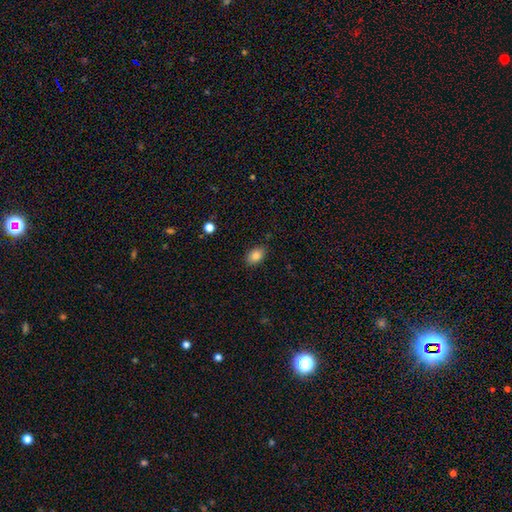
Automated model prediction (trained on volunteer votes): Smooth or featured? Predicted: smooth (p=0.84). How rounded? Predicted: in between (p=0.84). Merging? Predicted: none (p=0.86).